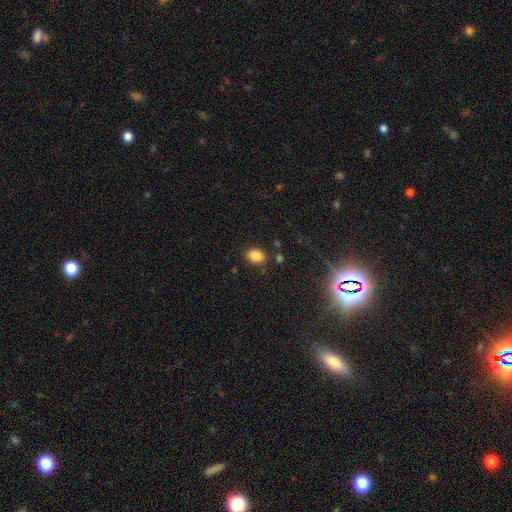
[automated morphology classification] Q: Smooth or featured?
A: smooth (85%); runner-up: star or artifact (10%)
Q: How rounded?
A: in between (73%); runner-up: round (26%)
Q: Merging?
A: none (83%); runner-up: minor disturbance (11%)